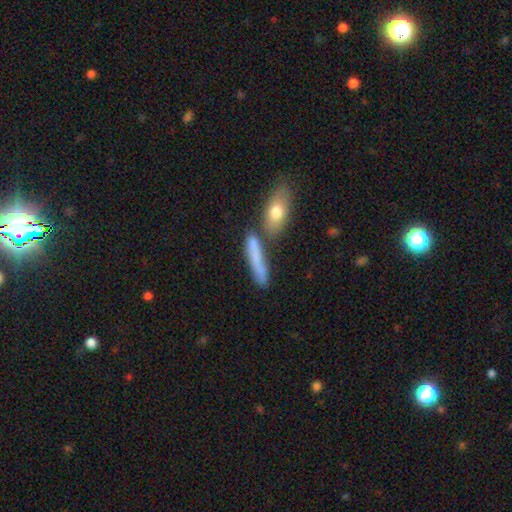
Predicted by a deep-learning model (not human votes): A smooth galaxy with no disk features (67%) that is cigar-shaped (79%). Merging: none (57%).